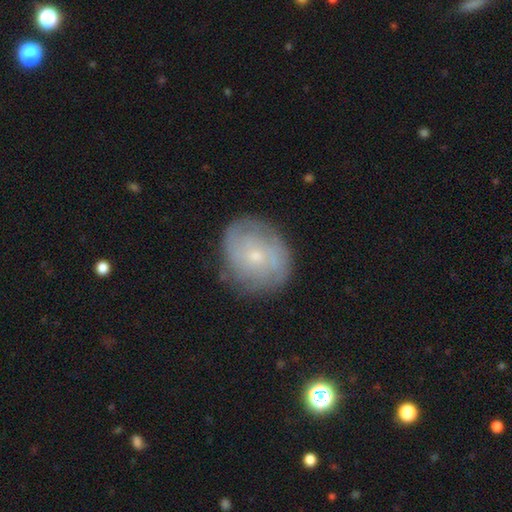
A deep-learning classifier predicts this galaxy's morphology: smooth-or-featured: featured or disk: 56% | smooth: 35% | star or artifact: 9%
  disk-edge-on: no: 97% | yes: 3%
    bar: no: 79% | weak: 18% | strong: 3%
    has-spiral-arms: yes: 76% | no: 24%
    bulge-size: small: 72% | moderate: 24% | none: 2% | large: 1% | dominant: 1%
  merging: none: 77% | minor disturbance: 16% | major disturbance: 5% | merger: 1%